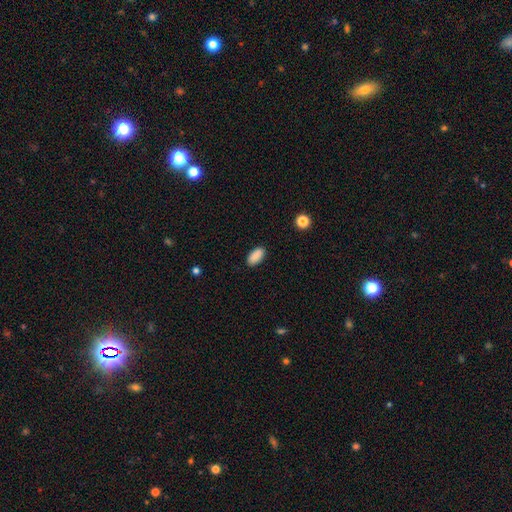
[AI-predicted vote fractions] Smooth or featured? smooth (89%)
How rounded? in between (93%)
Merging? none (88%)